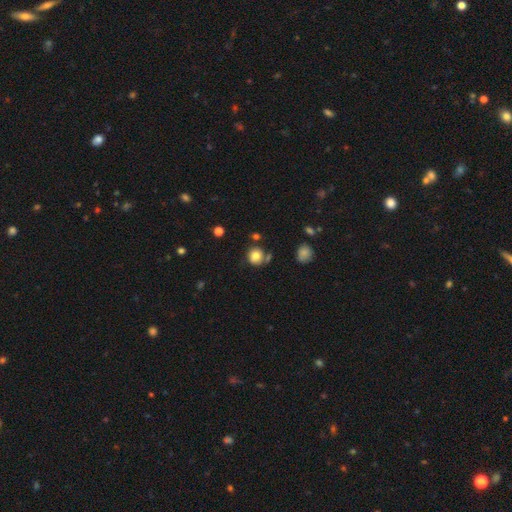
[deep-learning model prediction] Morphology: type=smooth (80%); roundness=round (89%); merging=none (73%).